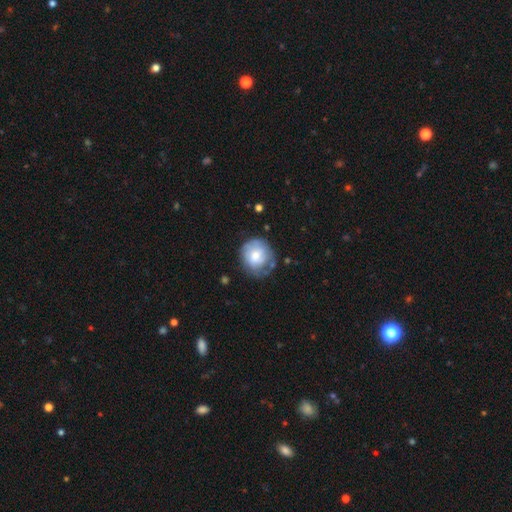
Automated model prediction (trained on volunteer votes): A smooth galaxy with no disk features (60%) that is round (83%). Merging: none (58%).